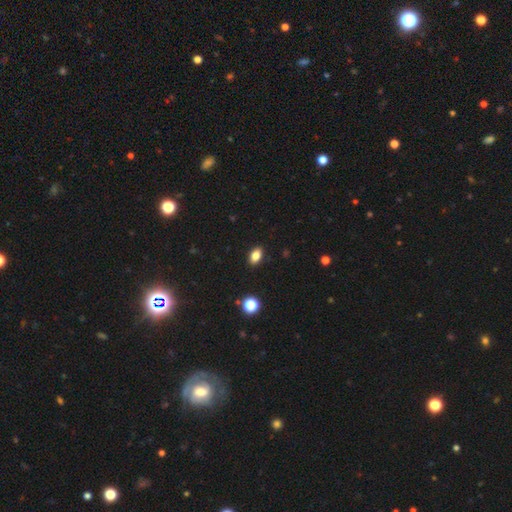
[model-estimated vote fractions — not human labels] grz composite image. It shows a smooth galaxy with no disk features (83%) that is in between round and cigar-shaped (87%). Merging: none (89%).